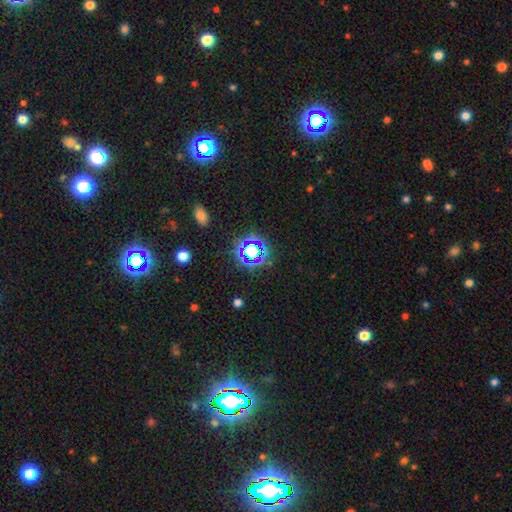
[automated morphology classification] This is likely a star or artifact rather than a galaxy (67%).